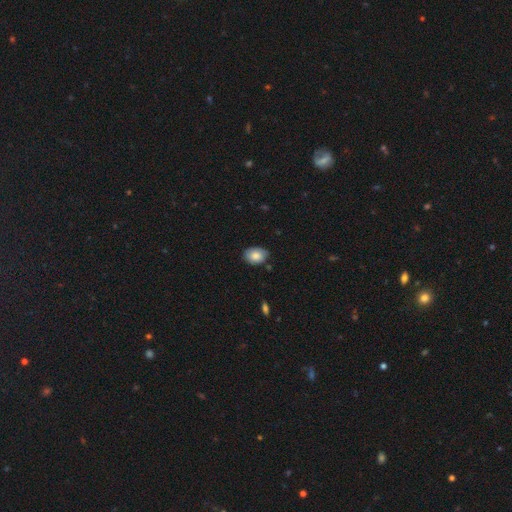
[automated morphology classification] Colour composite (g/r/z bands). It shows a smooth galaxy with no disk features (81%) that is in between round and cigar-shaped (80%). Merging: none (75%).